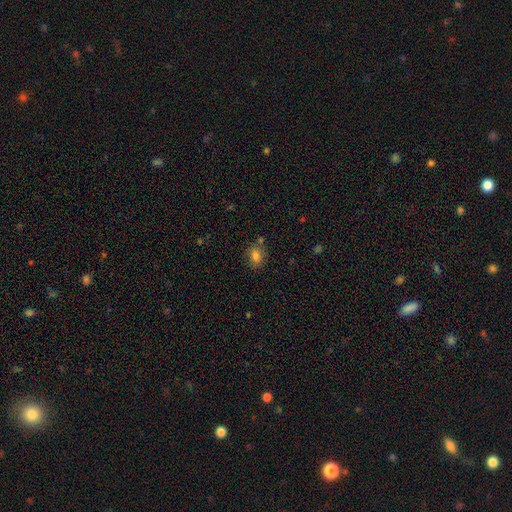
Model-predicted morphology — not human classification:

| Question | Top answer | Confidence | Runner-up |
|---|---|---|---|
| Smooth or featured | smooth | 80% | star or artifact (11%) |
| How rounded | in between | 54% | round (45%) |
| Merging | none | 75% | minor disturbance (14%) |